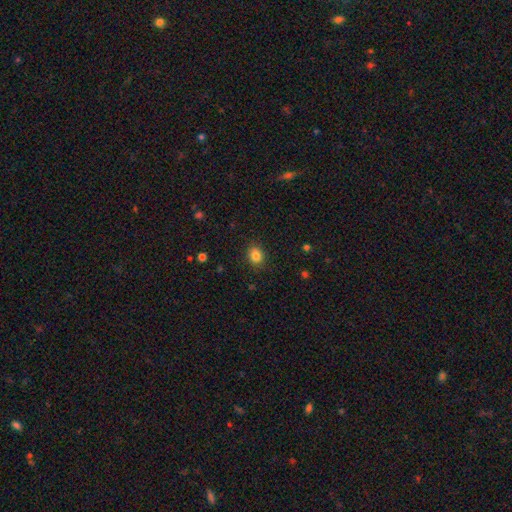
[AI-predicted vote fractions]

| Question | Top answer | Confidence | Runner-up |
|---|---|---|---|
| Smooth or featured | smooth | 83% | star or artifact (11%) |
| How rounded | round | 61% | in between (38%) |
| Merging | none | 87% | minor disturbance (10%) |